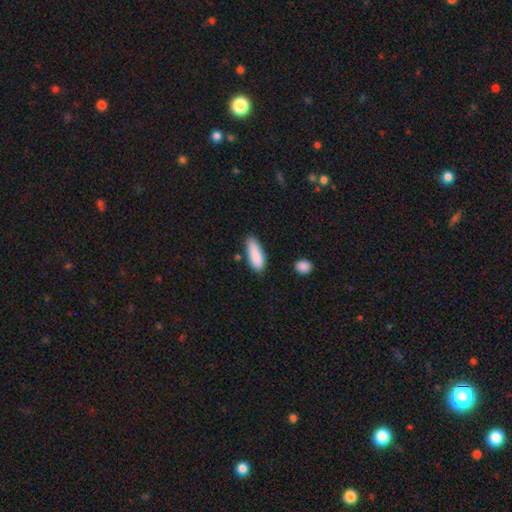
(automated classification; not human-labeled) Overall: smooth (87%). How rounded: in between (58%; cigar-shaped 40%). Merging: none (70%).